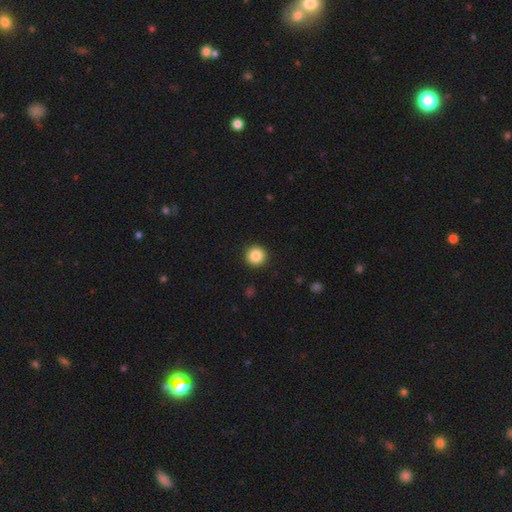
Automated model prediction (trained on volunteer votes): Smooth or featured: smooth — 86% (star or artifact — 10%)
How rounded: round — 95% (in between — 4%)
Merging: none — 93% (minor disturbance — 5%)